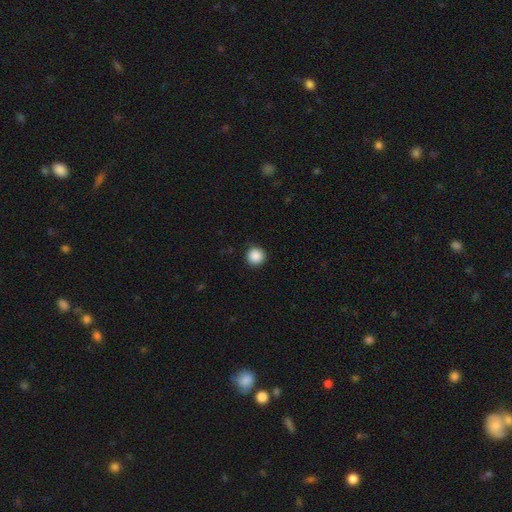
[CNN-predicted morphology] smooth 88%, star or artifact 9%, featured or disk 3%. Down the decision tree: how rounded — round (96%); merging — none (91%).